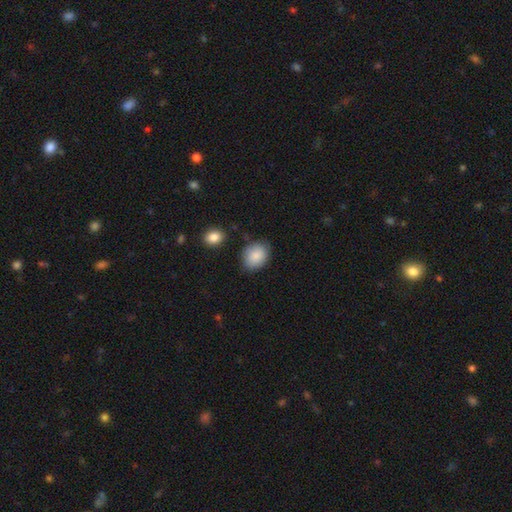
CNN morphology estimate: smooth 88%, star or artifact 7%, featured or disk 5%. Down the decision tree: how rounded — in between (60%); merging — none (77%).